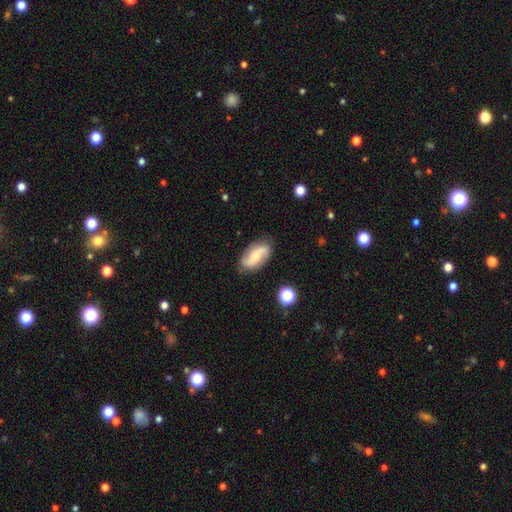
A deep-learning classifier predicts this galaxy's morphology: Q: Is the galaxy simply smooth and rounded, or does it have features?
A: featured or disk — 62%.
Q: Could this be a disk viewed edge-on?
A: no — 94%.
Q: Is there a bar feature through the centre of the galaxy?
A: no — 53%.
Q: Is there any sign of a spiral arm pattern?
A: yes — 91%.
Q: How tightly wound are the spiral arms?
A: loose — 53%.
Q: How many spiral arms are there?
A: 2 — 89%.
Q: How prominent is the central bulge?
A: small — 49%.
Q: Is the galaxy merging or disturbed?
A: none — 81%.